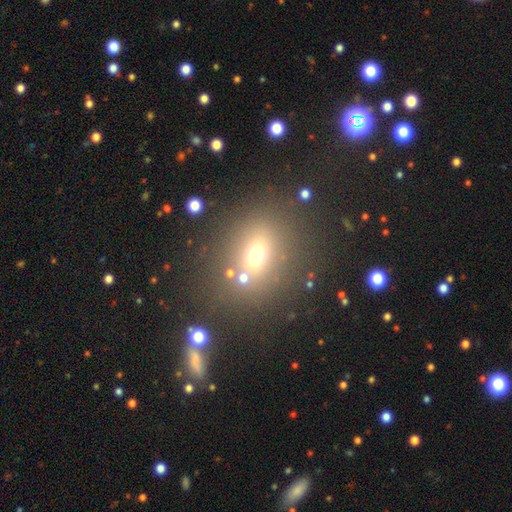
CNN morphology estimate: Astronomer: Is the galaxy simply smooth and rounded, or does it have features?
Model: smooth — 63%.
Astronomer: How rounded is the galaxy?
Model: round — 54% (runner-up: in between, 44%).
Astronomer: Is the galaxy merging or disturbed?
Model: none — 73%.